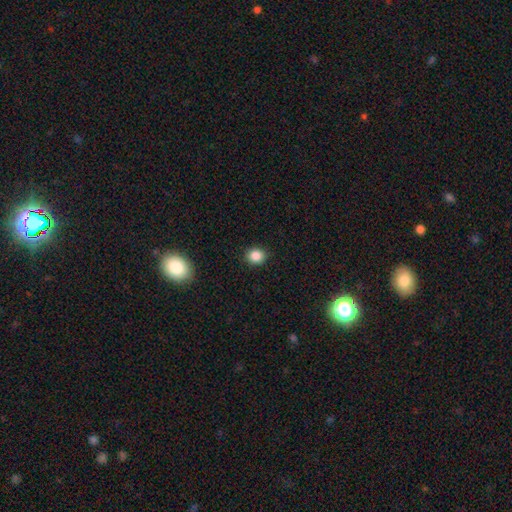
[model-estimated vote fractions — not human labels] This is clearly a smooth galaxy (86%). How rounded: likely round (73%). Merging: clearly none (90%).